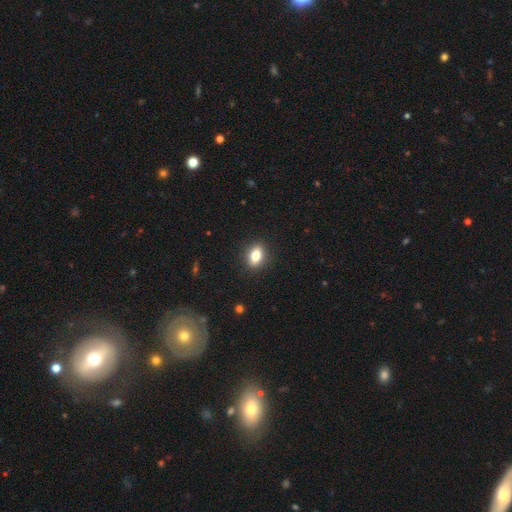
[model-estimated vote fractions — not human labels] Morphology: type=smooth (80%); roundness=in between (77%); merging=none (89%).